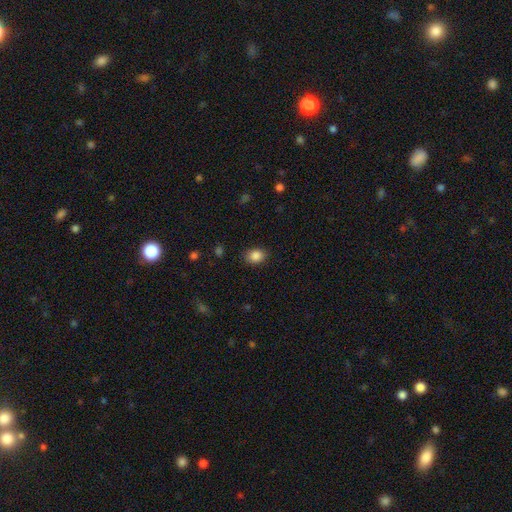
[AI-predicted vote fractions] Smooth or featured?
  - smooth: 87% *
  - star or artifact: 9%
  - featured or disk: 4%
How rounded?
  - in between: 59% *
  - round: 40%
  - cigar-shaped: 1%
Merging?
  - none: 86% *
  - minor disturbance: 10%
  - major disturbance: 3%
  - merger: 1%